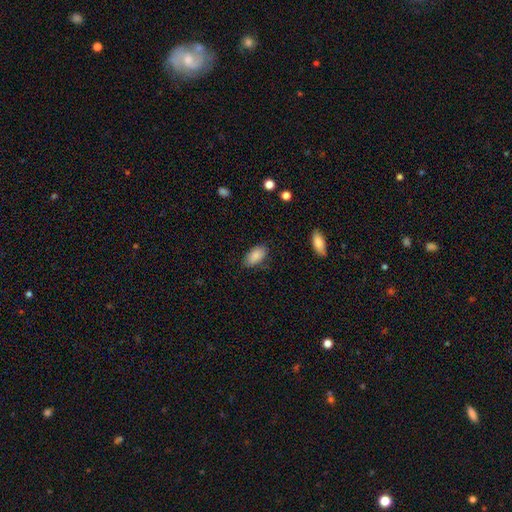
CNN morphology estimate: A smooth galaxy with no disk features (87%) that is in between round and cigar-shaped (93%).

Vote fractions:
- Smooth or featured? smooth: 87% / star or artifact: 7% / featured or disk: 6%
- How rounded? in between: 93% / round: 4% / cigar-shaped: 3%
- Merging? none: 79% / minor disturbance: 16% / major disturbance: 4% / merger: 1%